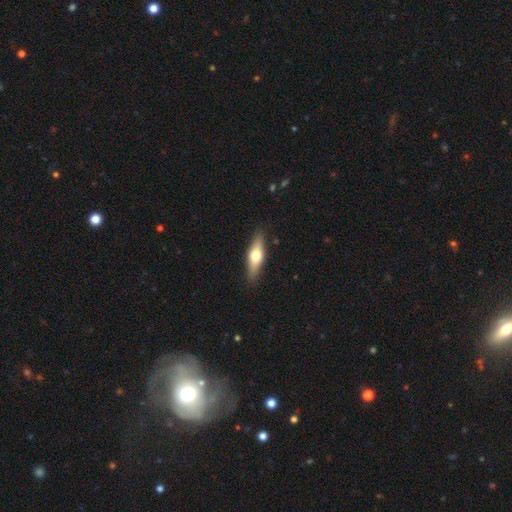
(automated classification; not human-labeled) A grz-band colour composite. It shows a smooth galaxy with no disk features (52%) that is cigar-shaped (52%). Merging: none (88%).